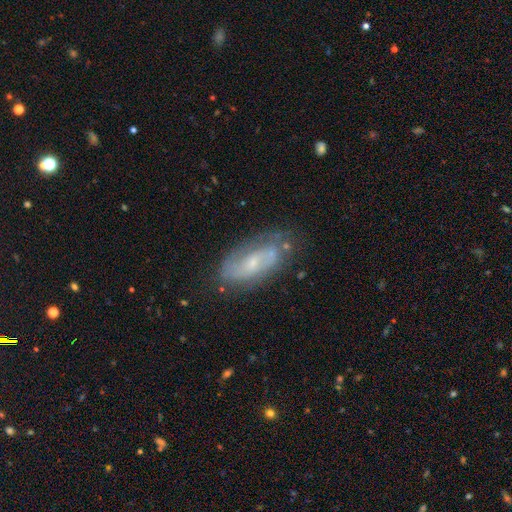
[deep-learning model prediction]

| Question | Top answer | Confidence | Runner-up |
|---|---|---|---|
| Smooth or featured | featured or disk | 67% | smooth (22%) |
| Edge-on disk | no | 91% | yes (9%) |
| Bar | weak | 45% | no (43%) |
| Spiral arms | yes | 86% | no (14%) |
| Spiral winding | medium | 42% | tight (32%) |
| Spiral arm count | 2 | 68% | can't tell (21%) |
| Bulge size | small | 58% | moderate (32%) |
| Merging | none | 76% | minor disturbance (17%) |